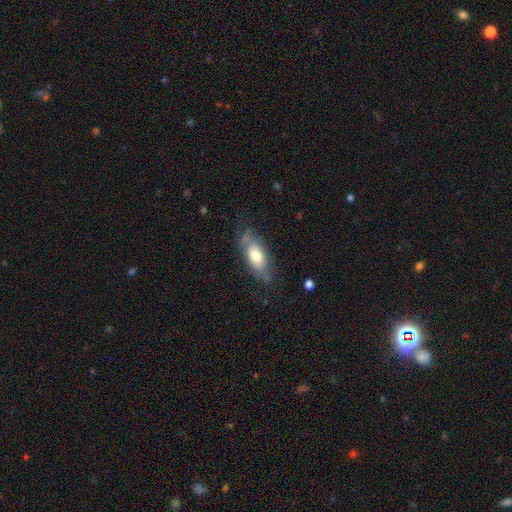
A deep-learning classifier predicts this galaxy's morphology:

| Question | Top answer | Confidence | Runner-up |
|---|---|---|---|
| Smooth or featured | smooth | 62% | featured or disk (32%) |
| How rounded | in between | 82% | cigar-shaped (15%) |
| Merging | none | 65% | minor disturbance (25%) |